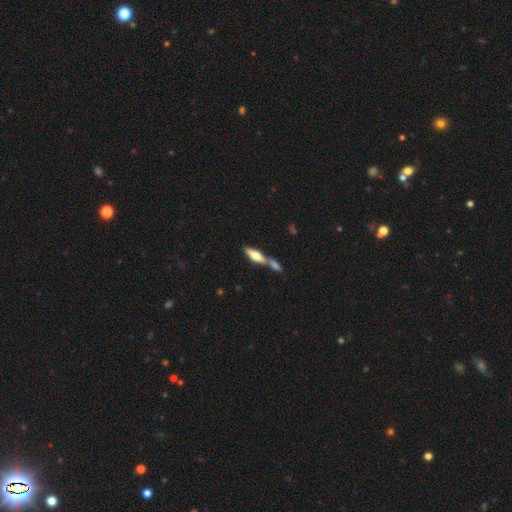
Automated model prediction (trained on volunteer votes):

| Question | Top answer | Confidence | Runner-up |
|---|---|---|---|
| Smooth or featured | smooth | 48% | featured or disk (46%) |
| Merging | merger | 47% | none (39%) |